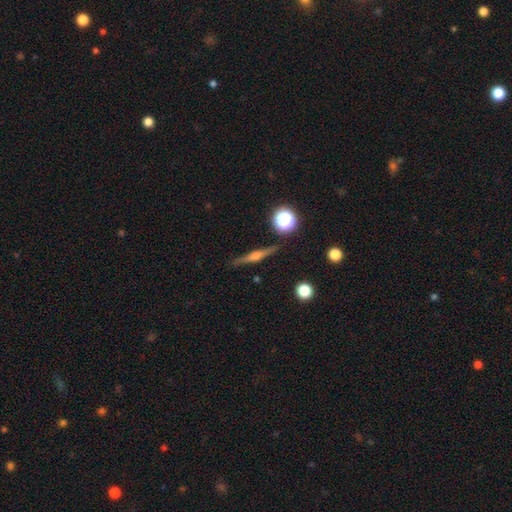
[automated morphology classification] type=featured or disk (70%); edge-on=yes (97%); edge-on bulge=rounded (84%); merging=none (89%).